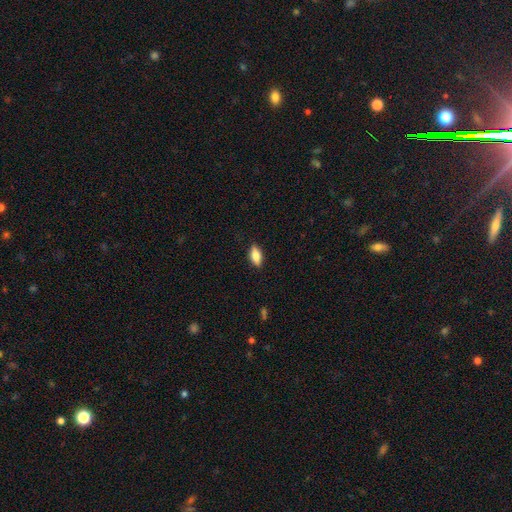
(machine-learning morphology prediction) The model was most divided on "smooth or featured": smooth: 74%, featured or disk: 18%, star or artifact: 7%. More confident: merging — none (84%); how rounded — in between (78%).